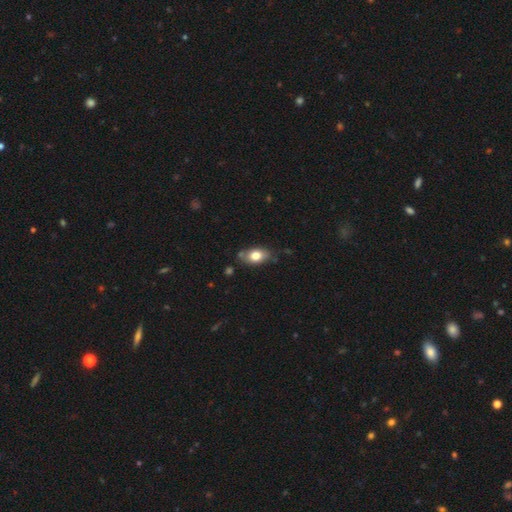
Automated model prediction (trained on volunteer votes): Morphology: type=smooth (76%); roundness=in between (84%); merging=none (69%).